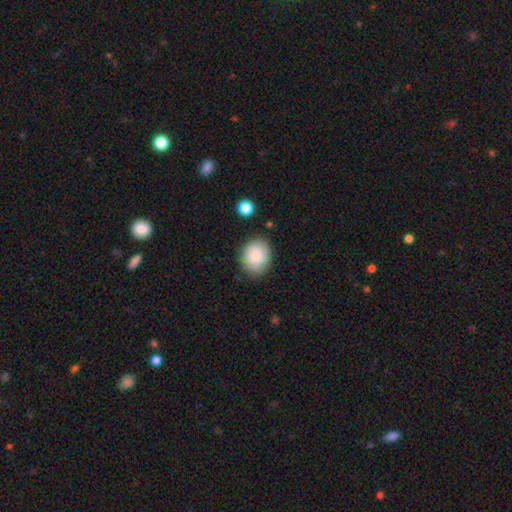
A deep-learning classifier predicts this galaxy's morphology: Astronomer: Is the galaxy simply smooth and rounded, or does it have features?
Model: smooth — 83%.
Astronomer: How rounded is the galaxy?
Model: round — 56% (runner-up: in between, 43%).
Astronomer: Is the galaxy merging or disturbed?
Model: none — 81%.